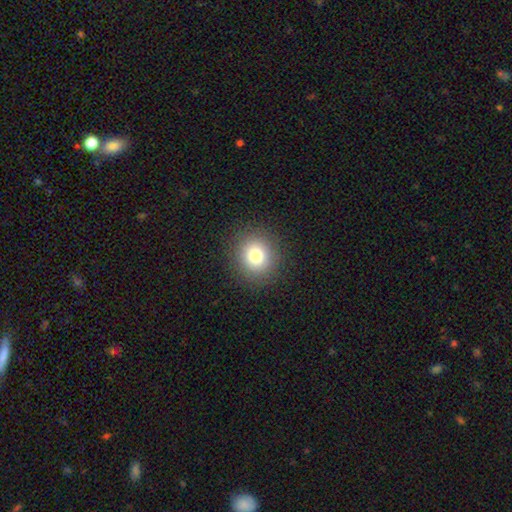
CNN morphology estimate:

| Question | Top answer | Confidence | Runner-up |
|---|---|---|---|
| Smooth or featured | smooth | 78% | star or artifact (13%) |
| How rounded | round | 88% | in between (12%) |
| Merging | none | 90% | minor disturbance (6%) |